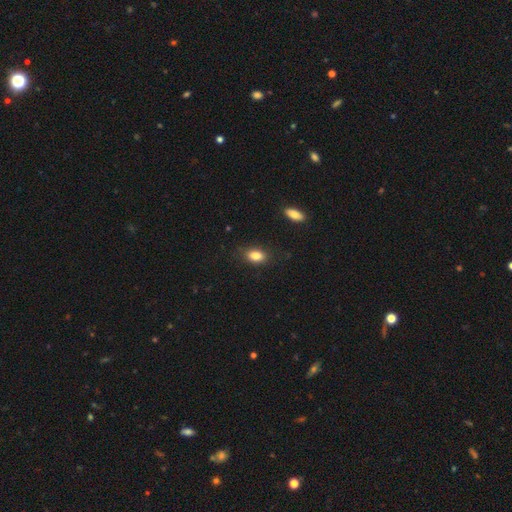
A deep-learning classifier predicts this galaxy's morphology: smooth_or_featured: smooth (p=0.85) [alt: star or artifact p=0.09]
how_rounded: in between (p=0.84) [alt: round p=0.13]
merging: none (p=0.82) [alt: minor disturbance p=0.13]